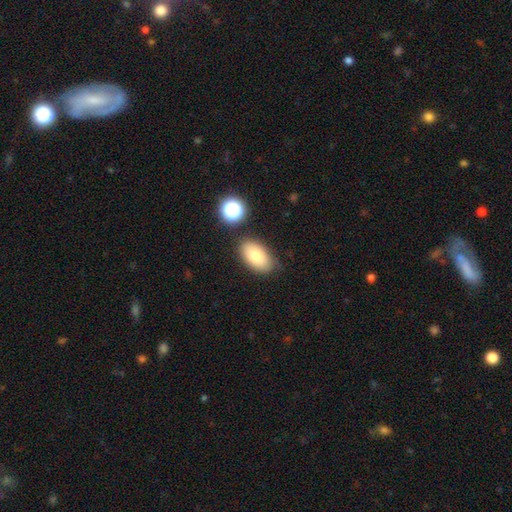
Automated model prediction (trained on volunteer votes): Smooth or featured? smooth (82%)
How rounded? in between (93%)
Merging? none (79%)